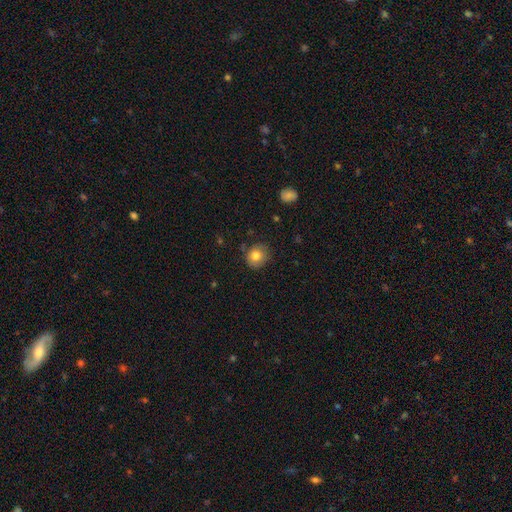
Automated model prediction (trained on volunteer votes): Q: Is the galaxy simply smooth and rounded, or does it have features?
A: smooth — 79%.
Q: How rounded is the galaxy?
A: round — 79%.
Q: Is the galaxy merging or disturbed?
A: none — 82%.